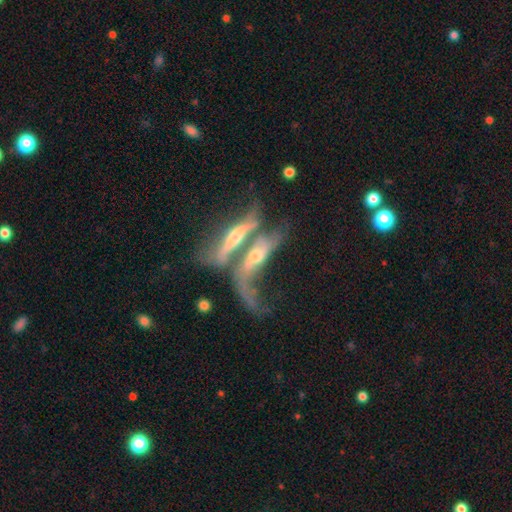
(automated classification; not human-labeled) featured or disk 73%, smooth 20%, star or artifact 7%. Down the decision tree: edge-on disk — yes (54%); merging — merger (68%).